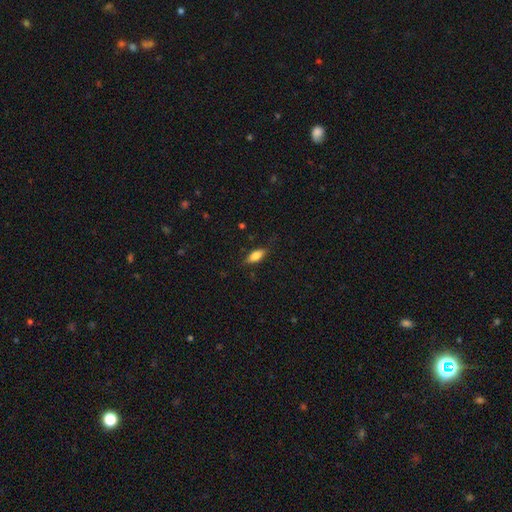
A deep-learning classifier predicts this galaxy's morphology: smooth-or-featured: smooth: 79% | featured or disk: 14% | star or artifact: 7%
  how-rounded: in between: 80% | cigar-shaped: 18% | round: 3%
  merging: none: 80% | minor disturbance: 15% | major disturbance: 3% | merger: 1%